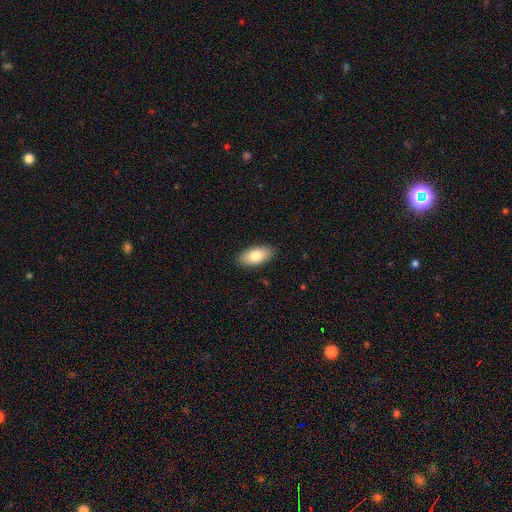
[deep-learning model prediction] smooth_or_featured: smooth (p=0.80) [alt: featured or disk p=0.14]
how_rounded: in between (p=0.92) [alt: cigar-shaped p=0.05]
merging: none (p=0.89) [alt: minor disturbance p=0.08]